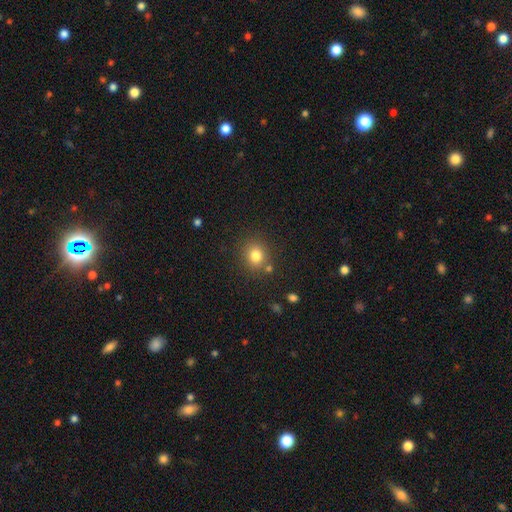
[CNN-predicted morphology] This appears to be a smooth galaxy with no disk features (80%) that is round (80%). Merging: none (80%).